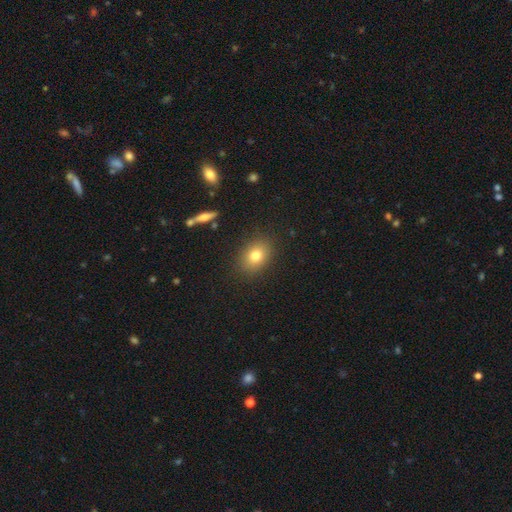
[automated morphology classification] Overall: smooth (78%). How rounded: in between (57%; round 41%). Merging: none (86%).